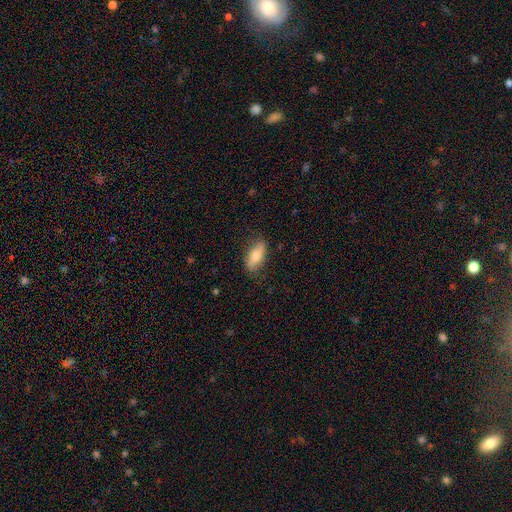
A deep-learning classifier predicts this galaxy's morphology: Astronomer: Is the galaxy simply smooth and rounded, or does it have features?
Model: smooth — 66%.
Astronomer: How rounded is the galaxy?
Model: in between — 77%.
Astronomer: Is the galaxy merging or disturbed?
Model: none — 78%.